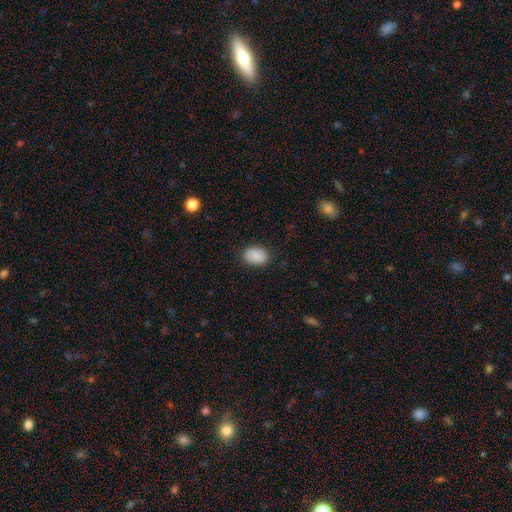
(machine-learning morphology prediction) Smooth or featured: smooth — 88% (star or artifact — 7%)
How rounded: in between — 80% (round — 19%)
Merging: none — 86% (minor disturbance — 10%)